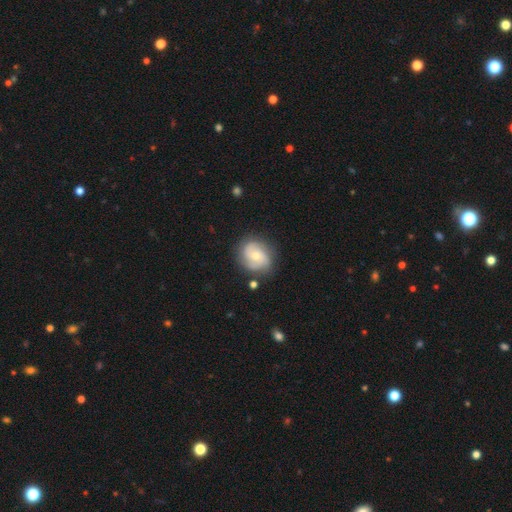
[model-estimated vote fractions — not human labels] This appears to be a featured or disk galaxy (64%) with no bar (68%), 2 (40%) medium (44%) spiral arms (89%) and a moderate central bulge (54%). Merging: none (75%).